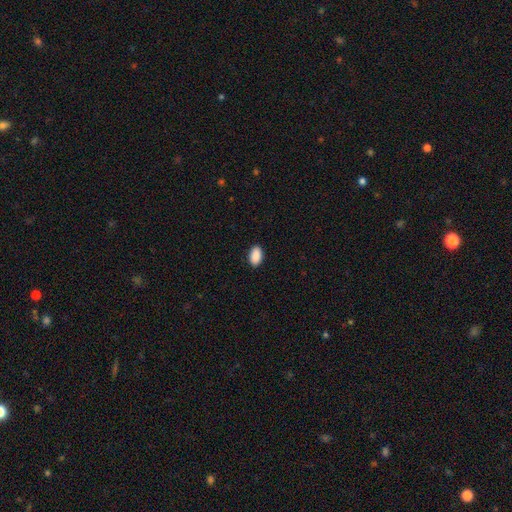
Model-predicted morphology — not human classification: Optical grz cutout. It shows a smooth galaxy with no disk features (91%) that is in between round and cigar-shaped (94%). Merging: none (90%).